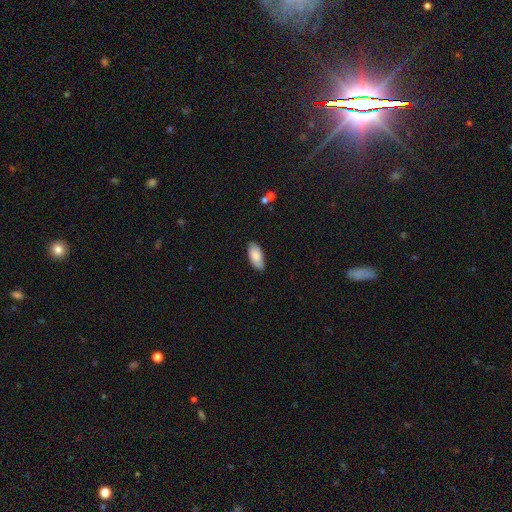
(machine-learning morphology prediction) Smooth or featured? Predicted: smooth (p=0.85). How rounded? Predicted: in between (p=0.91). Merging? Predicted: none (p=0.82).